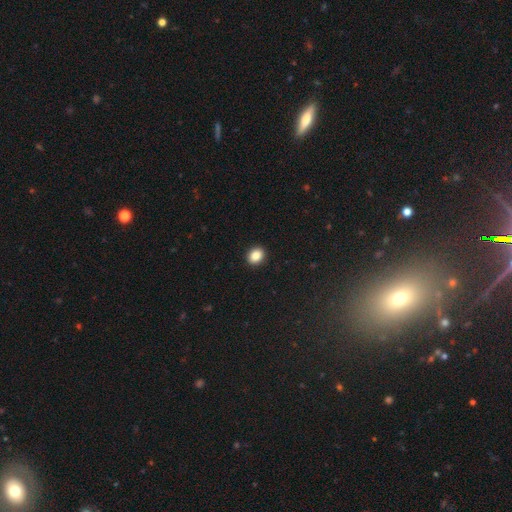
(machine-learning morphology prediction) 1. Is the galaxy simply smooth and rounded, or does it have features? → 87% smooth, 9% star or artifact, 4% featured or disk.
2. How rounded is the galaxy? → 53% round, 46% in between, 1% cigar-shaped.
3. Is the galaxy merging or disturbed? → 92% none, 5% minor disturbance, 2% major disturbance, 1% merger.